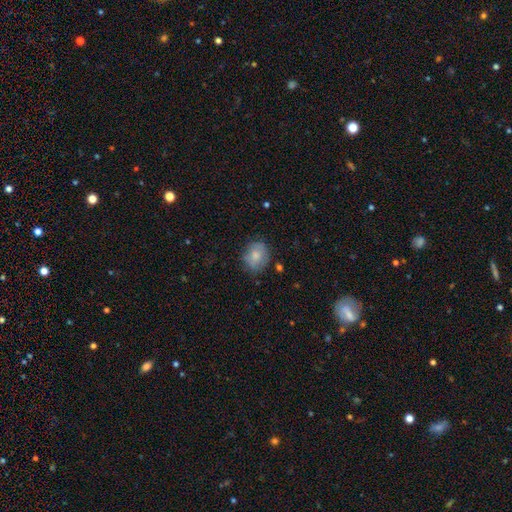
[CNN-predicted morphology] Overall: smooth (77%). How rounded: round (57%; in between 42%). Merging: none (72%).